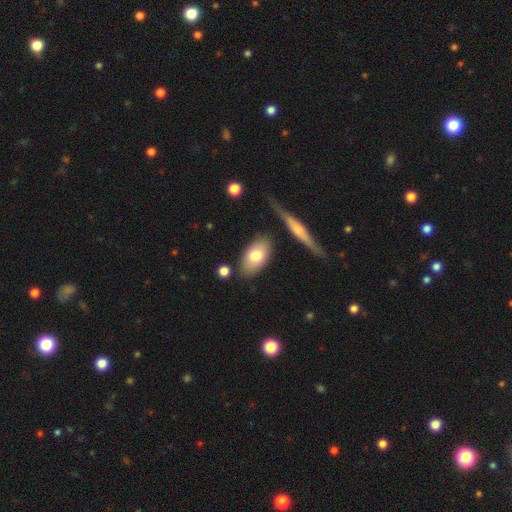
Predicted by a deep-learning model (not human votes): smooth_or_featured: smooth (p=0.74) [alt: featured or disk p=0.20]
how_rounded: in between (p=0.90) [alt: round p=0.05]
merging: none (p=0.79) [alt: minor disturbance p=0.13]